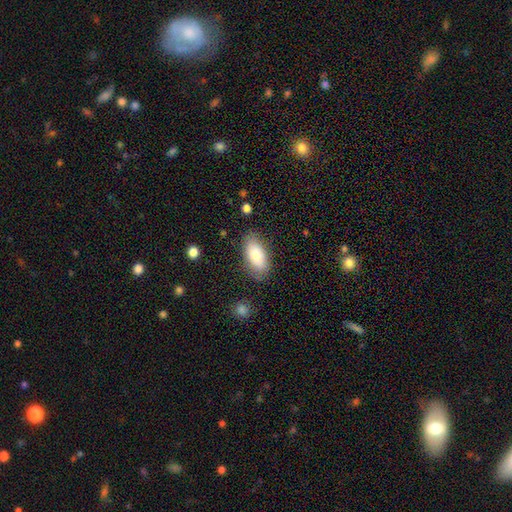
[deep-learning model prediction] Overall: smooth (76%). How rounded: in between (92%). Merging: none (80%).